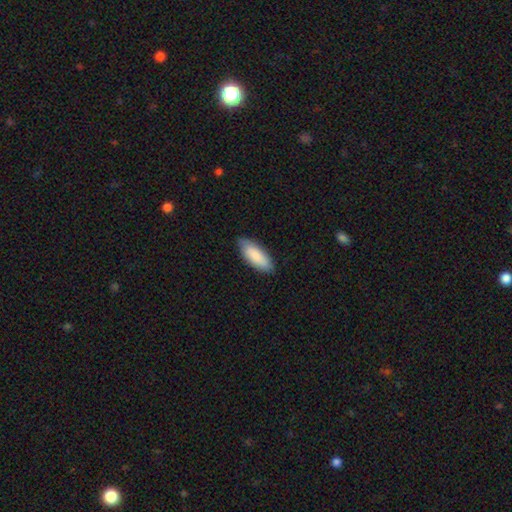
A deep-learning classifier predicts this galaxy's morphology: Overall: smooth (86%). How rounded: in between (78%). Merging: none (82%).